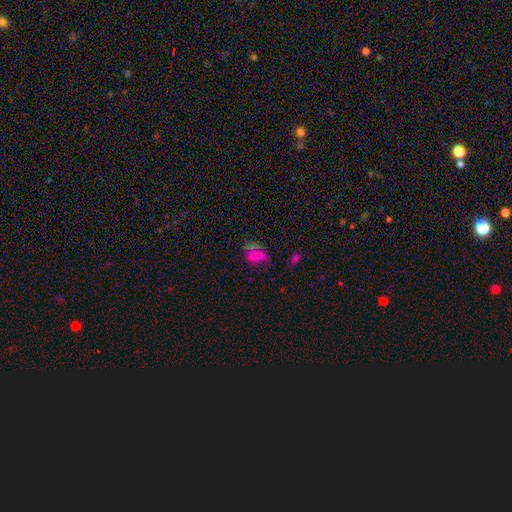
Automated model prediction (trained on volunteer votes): The model was most divided on "merging": none: 47%, minor disturbance: 28%, major disturbance: 21%, merger: 4%. More confident: how rounded — in between (70%); smooth or featured — smooth (56%).